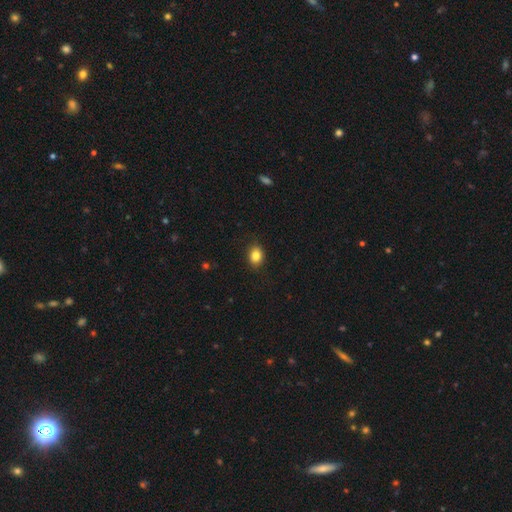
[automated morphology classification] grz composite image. It shows a smooth galaxy with no disk features (85%) that is in between round and cigar-shaped (60%). Merging: none (86%).